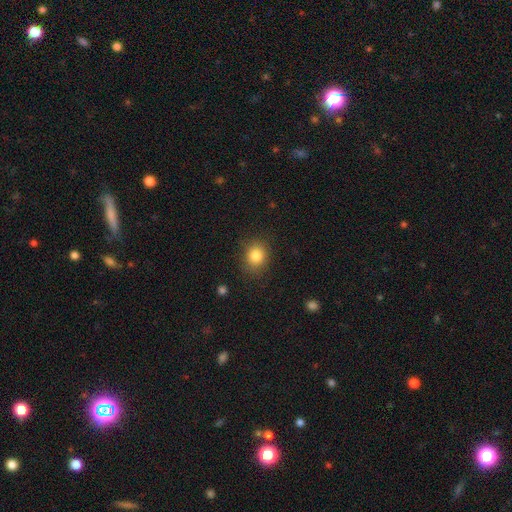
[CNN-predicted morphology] Smooth or featured? Predicted: smooth (p=0.83). How rounded? Predicted: round (p=0.65). Merging? Predicted: none (p=0.85).